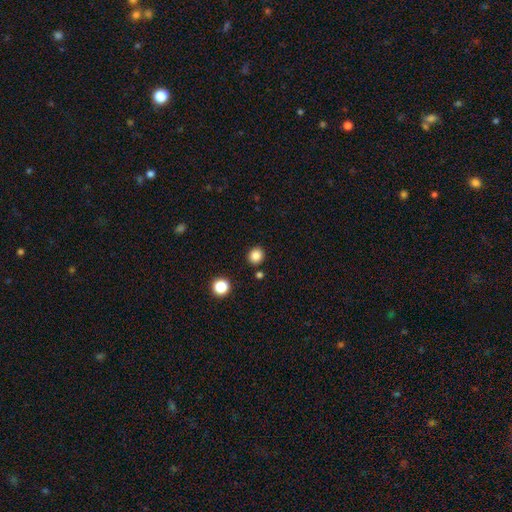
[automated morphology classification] smooth 85%, star or artifact 12%, featured or disk 4%. Down the decision tree: how rounded — round (88%); merging — none (88%).